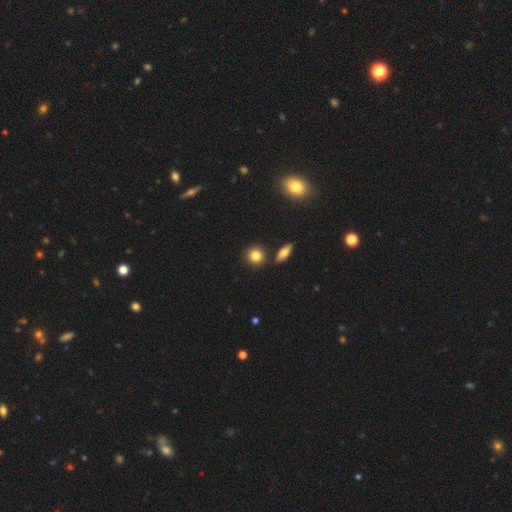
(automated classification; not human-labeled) This appears to be a smooth galaxy with no disk features (83%) that is round (85%). Merging: none (83%).